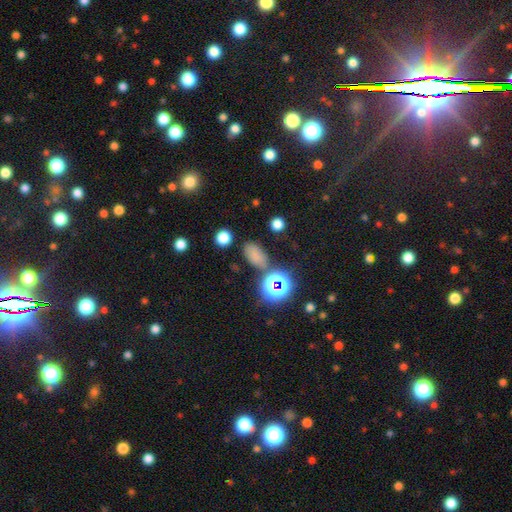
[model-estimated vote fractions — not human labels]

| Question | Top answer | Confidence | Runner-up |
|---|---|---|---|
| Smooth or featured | smooth | 69% | star or artifact (24%) |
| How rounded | in between | 85% | round (11%) |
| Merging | none | 72% | minor disturbance (14%) |